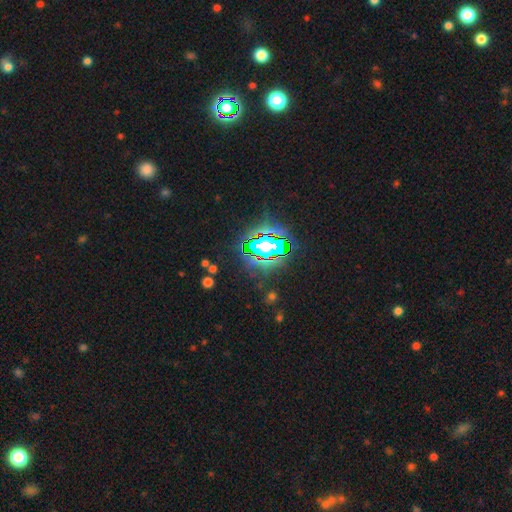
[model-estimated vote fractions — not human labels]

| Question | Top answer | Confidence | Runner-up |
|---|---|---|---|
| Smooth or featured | star or artifact | 83% | smooth (9%) |